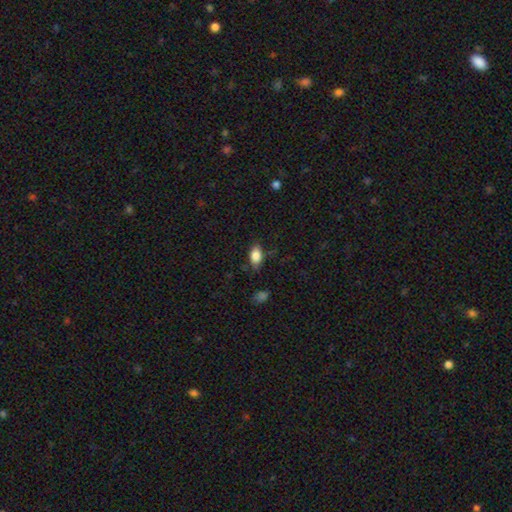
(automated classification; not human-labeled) smooth 83%, featured or disk 9%, star or artifact 8%. Down the decision tree: how rounded — in between (88%); merging — none (77%).